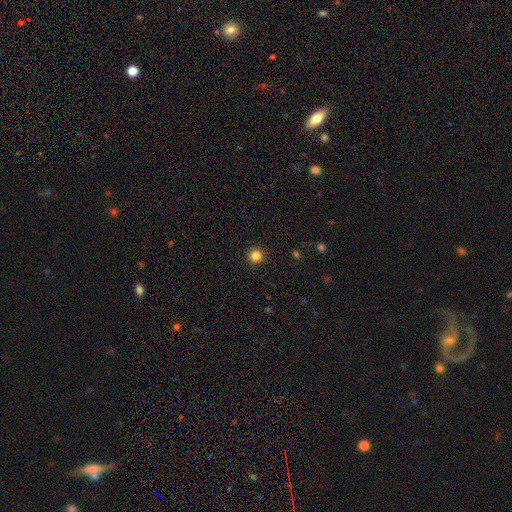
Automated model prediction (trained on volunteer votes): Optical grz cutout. It shows a smooth galaxy with no disk features (84%) that is round (95%). Merging: none (93%).